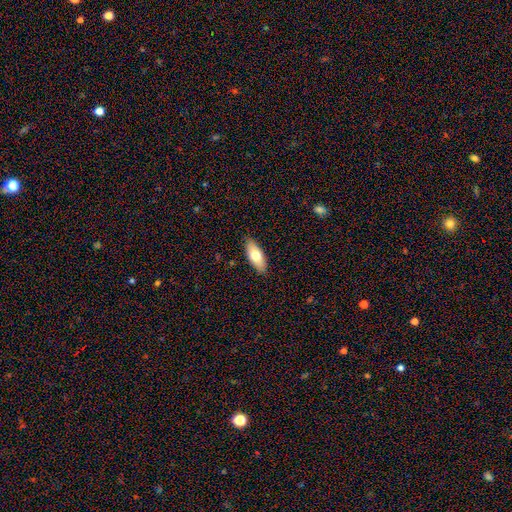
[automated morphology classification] smooth 71%, featured or disk 23%, star or artifact 6%. Down the decision tree: how rounded — in between (79%); merging — none (88%).